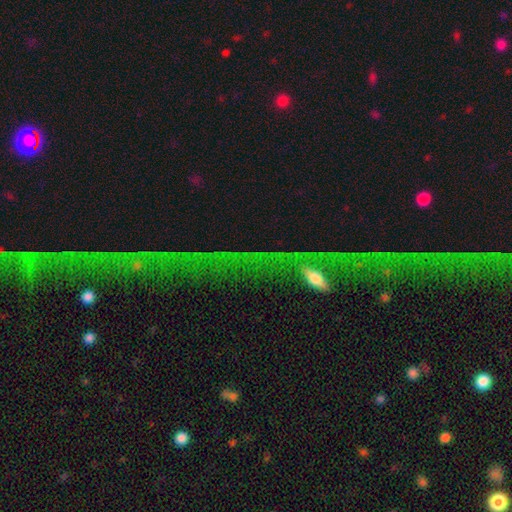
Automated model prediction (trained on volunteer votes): Morphology: type=star or artifact (75%).